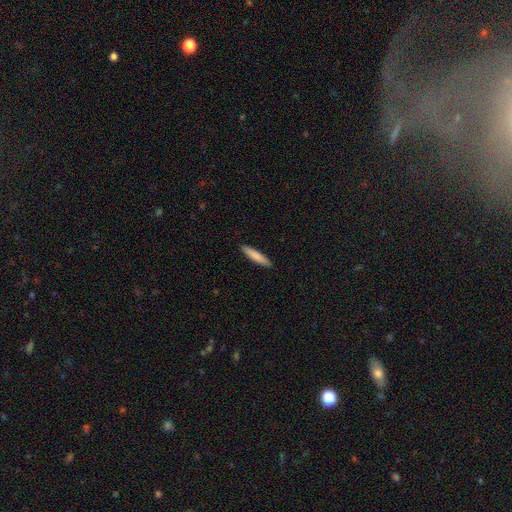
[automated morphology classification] smooth_or_featured: smooth (p=0.82) [alt: featured or disk p=0.12]
how_rounded: cigar-shaped (p=0.88) [alt: in between p=0.11]
merging: none (p=0.91) [alt: minor disturbance p=0.06]